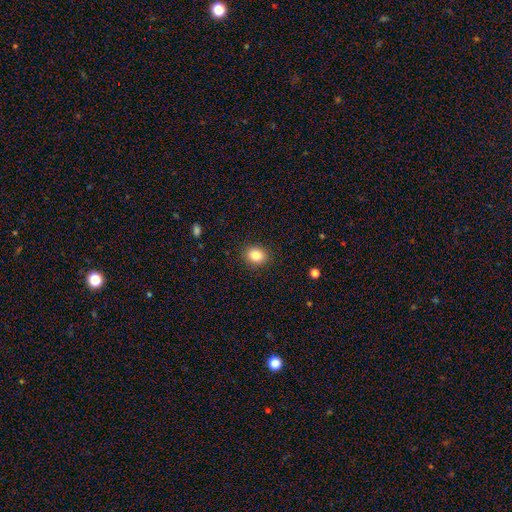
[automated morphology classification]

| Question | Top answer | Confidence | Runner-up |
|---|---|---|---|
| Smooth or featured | smooth | 84% | star or artifact (10%) |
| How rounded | round | 62% | in between (38%) |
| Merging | none | 90% | minor disturbance (7%) |